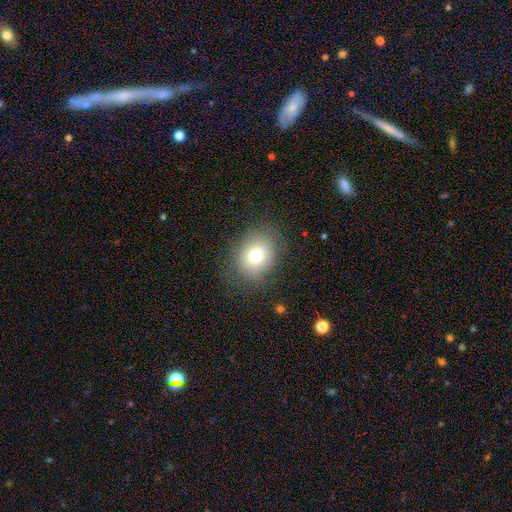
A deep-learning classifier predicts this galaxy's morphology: A smooth galaxy with no disk features (74%) that is round (54%).

Vote fractions:
- Smooth or featured? smooth: 74% / featured or disk: 13% / star or artifact: 12%
- How rounded? round: 54% / in between: 45% / cigar-shaped: 1%
- Merging? none: 80% / minor disturbance: 13% / major disturbance: 6% / merger: 1%